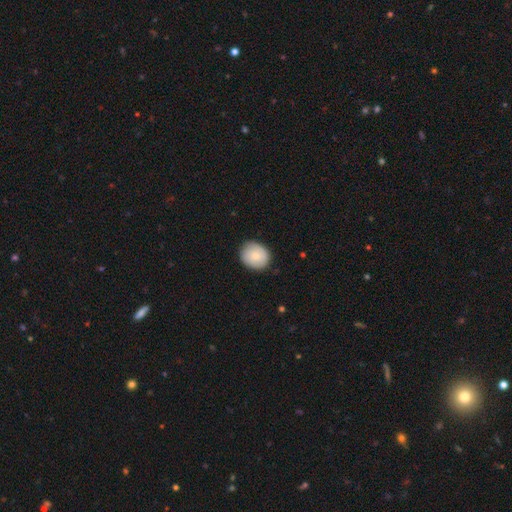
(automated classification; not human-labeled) Overall: smooth (76%). How rounded: round (72%). Merging: none (81%).